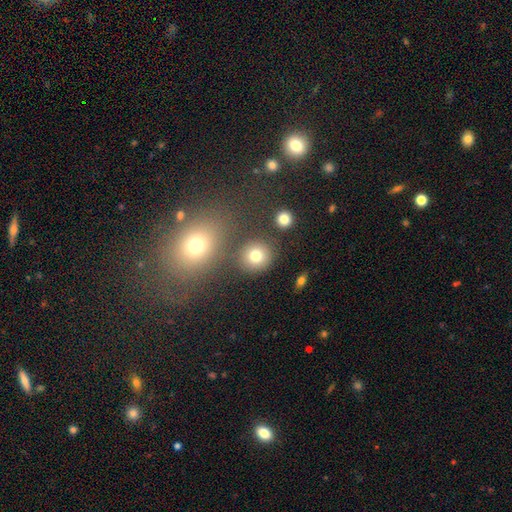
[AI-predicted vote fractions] Q: Smooth or featured?
A: smooth (78%); runner-up: star or artifact (13%)
Q: How rounded?
A: round (87%); runner-up: in between (12%)
Q: Merging?
A: none (81%); runner-up: merger (8%)